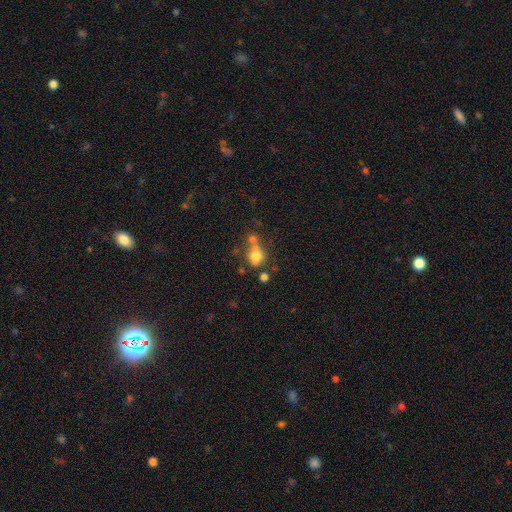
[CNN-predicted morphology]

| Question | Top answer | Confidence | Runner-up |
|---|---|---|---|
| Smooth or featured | smooth | 66% | featured or disk (19%) |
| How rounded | round | 61% | in between (37%) |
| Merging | merger | 44% | none (34%) |